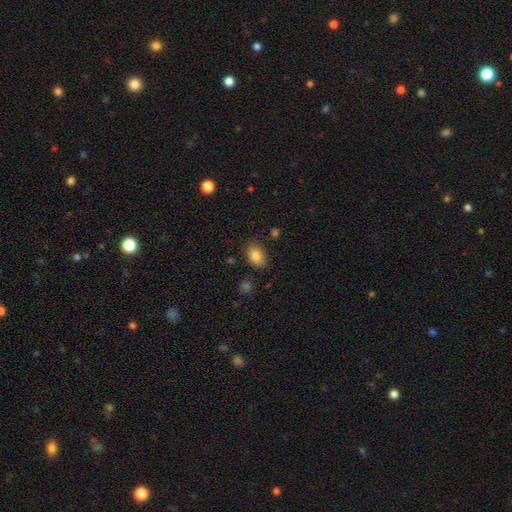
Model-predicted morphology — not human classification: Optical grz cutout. It shows a smooth galaxy with no disk features (84%) that is in between round and cigar-shaped (80%). Merging: none (82%).